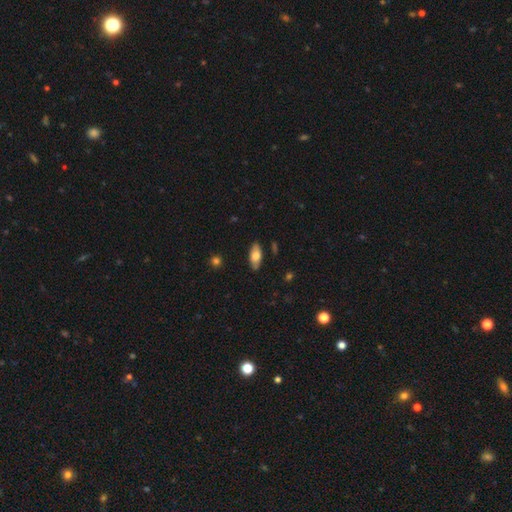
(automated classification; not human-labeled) Morphology: type=smooth (72%); roundness=in between (86%); merging=none (84%).